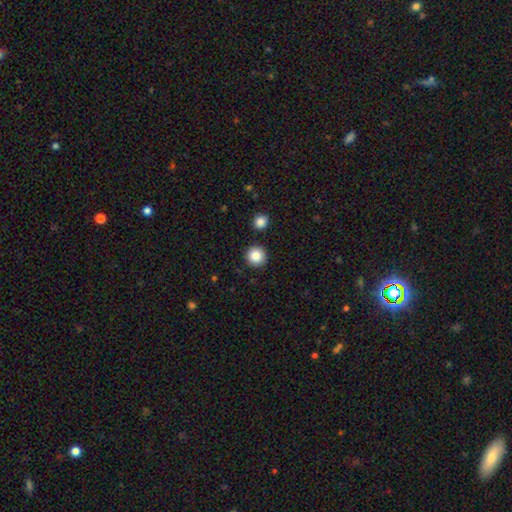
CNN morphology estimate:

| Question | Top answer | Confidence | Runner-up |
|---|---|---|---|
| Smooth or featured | smooth | 86% | star or artifact (9%) |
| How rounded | round | 95% | in between (4%) |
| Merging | none | 90% | minor disturbance (5%) |